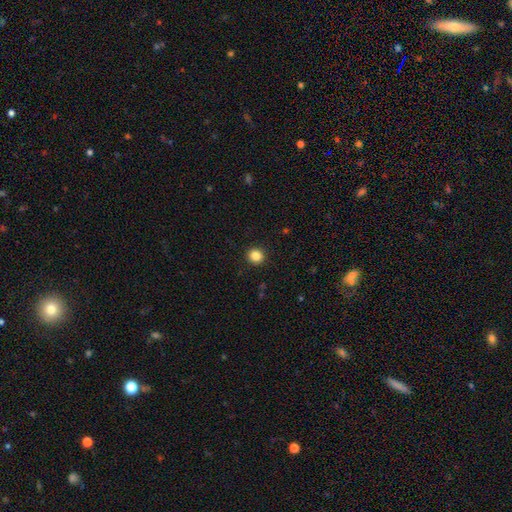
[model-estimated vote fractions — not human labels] smooth-or-featured: smooth: 86% | star or artifact: 11% | featured or disk: 3%
  how-rounded: round: 92% | in between: 7% | cigar-shaped: 1%
  merging: none: 92% | minor disturbance: 5% | major disturbance: 2% | merger: 1%